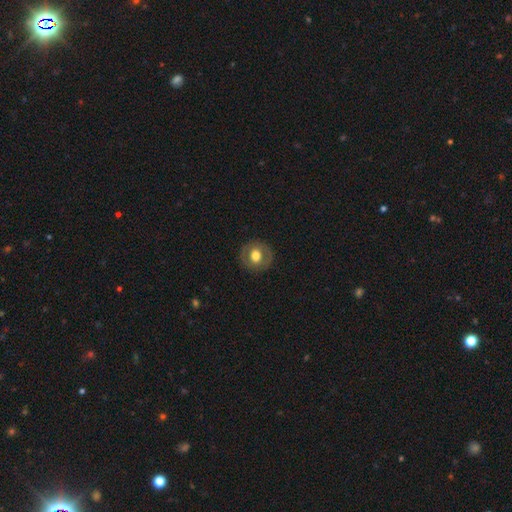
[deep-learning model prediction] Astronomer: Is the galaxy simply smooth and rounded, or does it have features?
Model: smooth — 57% (runner-up: featured or disk, 36%).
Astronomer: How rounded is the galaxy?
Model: round — 87%.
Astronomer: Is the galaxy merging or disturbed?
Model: none — 87%.